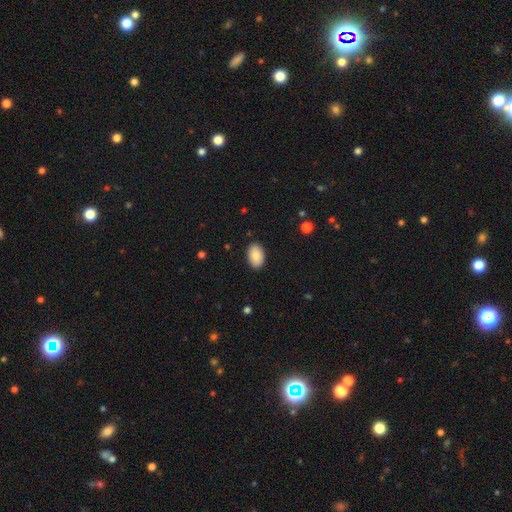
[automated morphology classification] type=smooth (88%); roundness=in between (92%); merging=none (89%).